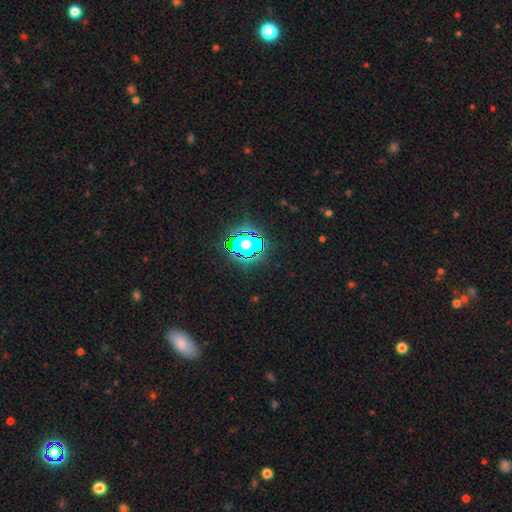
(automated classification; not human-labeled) Overall: star or artifact (77%).